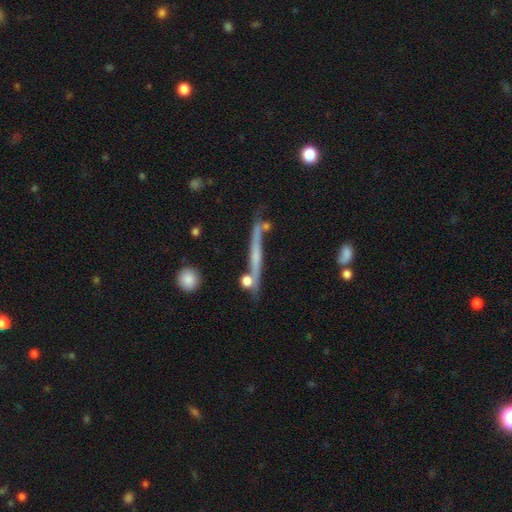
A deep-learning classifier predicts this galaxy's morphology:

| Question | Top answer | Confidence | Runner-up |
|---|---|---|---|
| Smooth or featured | featured or disk | 60% | smooth (31%) |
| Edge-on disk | yes | 90% | no (10%) |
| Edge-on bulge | none | 68% | rounded (24%) |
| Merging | none | 67% | minor disturbance (18%) |